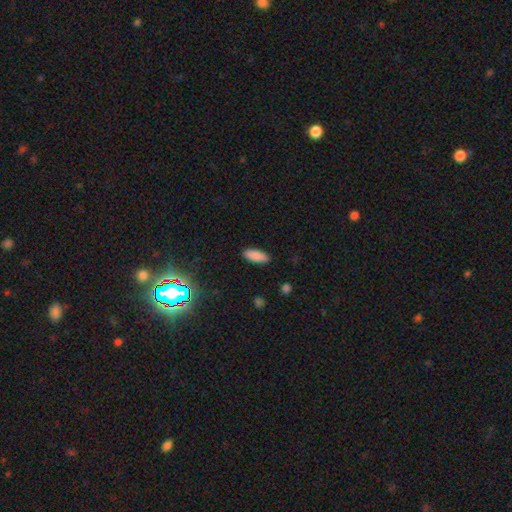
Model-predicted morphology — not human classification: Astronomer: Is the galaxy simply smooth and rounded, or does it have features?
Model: smooth — 87%.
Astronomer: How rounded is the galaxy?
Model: in between — 77%.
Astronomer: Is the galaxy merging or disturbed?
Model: none — 89%.